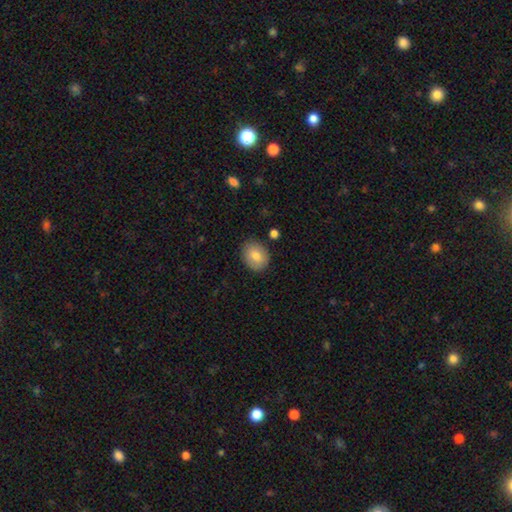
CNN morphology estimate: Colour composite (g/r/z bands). It shows a smooth galaxy with no disk features (80%) that is in between round and cigar-shaped (53%). Merging: none (86%).